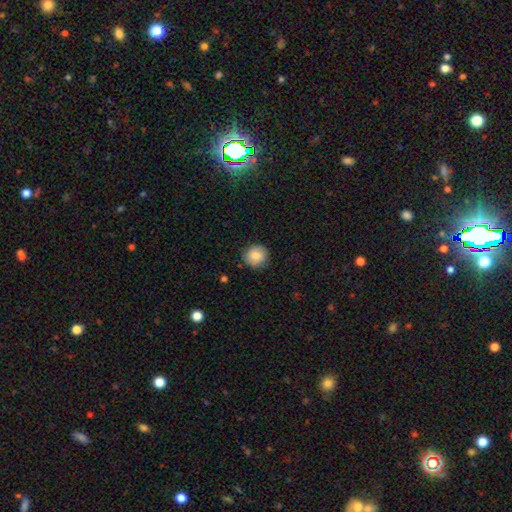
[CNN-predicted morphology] Smooth or featured? Predicted: smooth (p=0.81). How rounded? Predicted: round (p=0.91). Merging? Predicted: none (p=0.85).